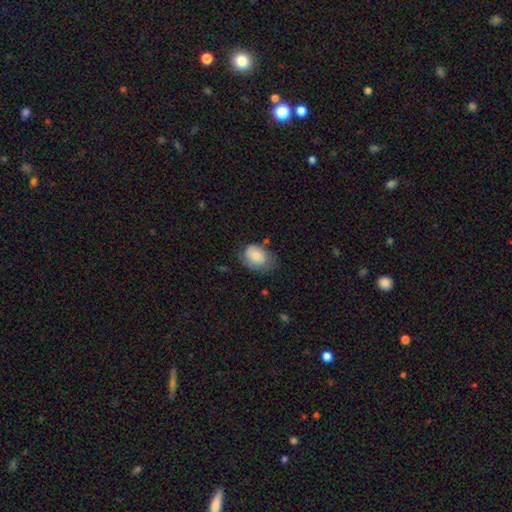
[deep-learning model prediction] smooth-or-featured: smooth: 72% | featured or disk: 21% | star or artifact: 7%
  how-rounded: in between: 71% | round: 28% | cigar-shaped: 1%
  merging: none: 53% | minor disturbance: 32% | major disturbance: 13% | merger: 3%